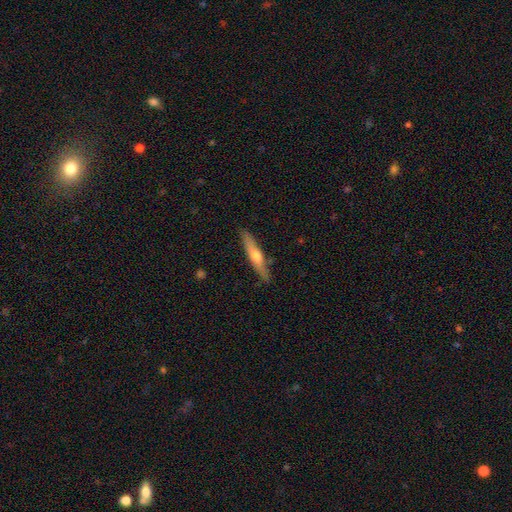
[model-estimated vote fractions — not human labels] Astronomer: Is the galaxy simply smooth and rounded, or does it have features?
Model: featured or disk — 53% (runner-up: smooth, 41%).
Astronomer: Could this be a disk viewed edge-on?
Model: yes — 93%.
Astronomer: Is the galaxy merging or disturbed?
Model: none — 88%.